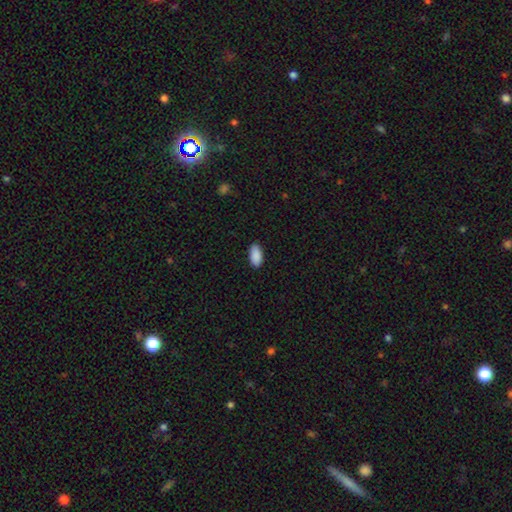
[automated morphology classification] Overall: smooth (90%). How rounded: in between (93%). Merging: none (88%).